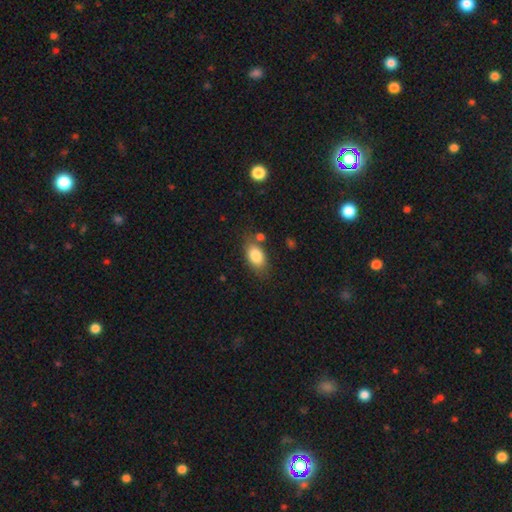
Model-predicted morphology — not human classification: A smooth galaxy with no disk features (84%) that is in between round and cigar-shaped (88%).

Vote fractions:
- Smooth or featured? smooth: 84% / featured or disk: 9% / star or artifact: 8%
- How rounded? in between: 88% / round: 8% / cigar-shaped: 3%
- Merging? none: 72% / minor disturbance: 16% / merger: 7% / major disturbance: 5%